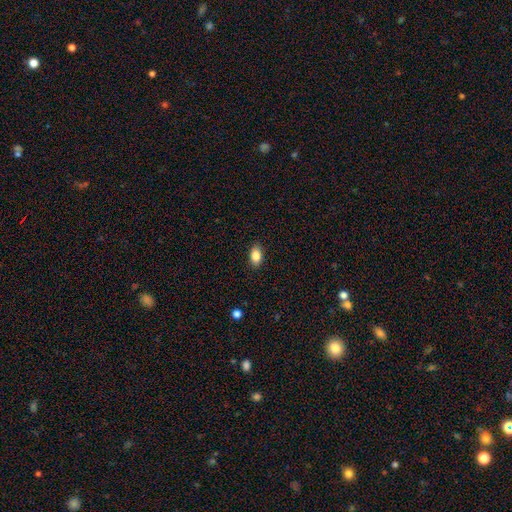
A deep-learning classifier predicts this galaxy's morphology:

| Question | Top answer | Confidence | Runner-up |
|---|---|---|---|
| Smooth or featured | smooth | 85% | star or artifact (8%) |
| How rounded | in between | 88% | round (10%) |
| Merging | none | 88% | minor disturbance (9%) |